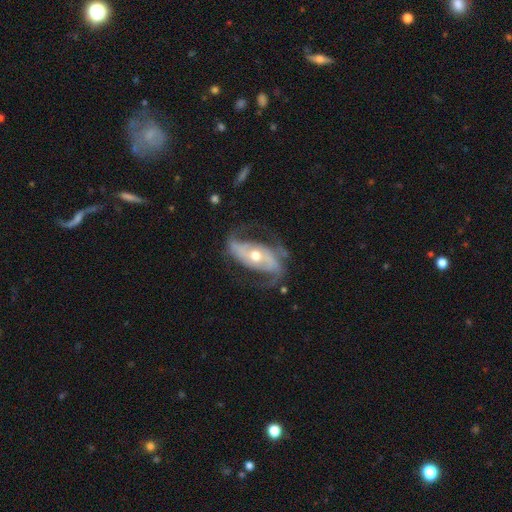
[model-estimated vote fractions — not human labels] This appears to be a featured or disk galaxy (87%) with no bar (42%), 2 (89%) loose (46%) spiral arms (93%) and a moderate central bulge (68%). Merging: none (65%).